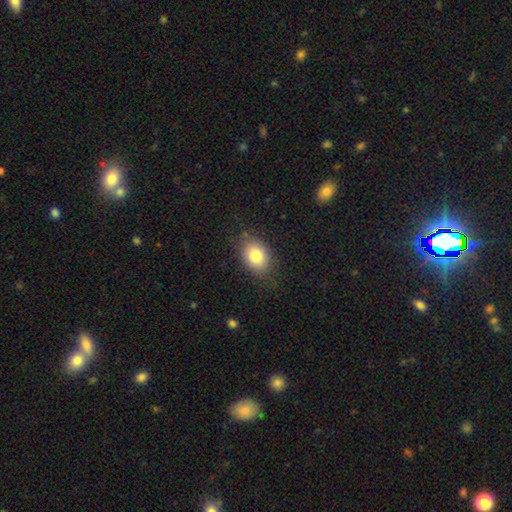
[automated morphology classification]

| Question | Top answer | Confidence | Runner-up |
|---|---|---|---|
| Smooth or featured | smooth | 80% | featured or disk (11%) |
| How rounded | in between | 73% | round (26%) |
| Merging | none | 80% | minor disturbance (14%) |